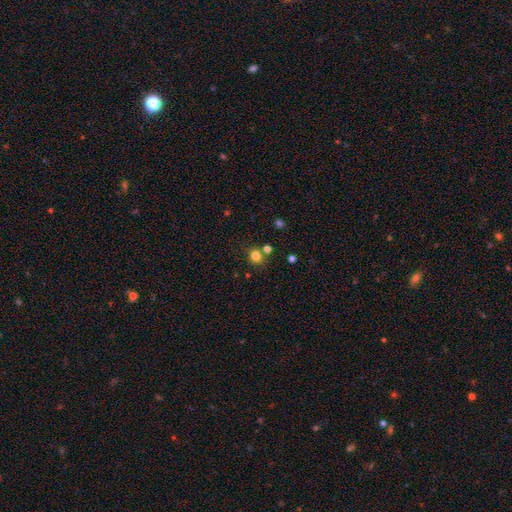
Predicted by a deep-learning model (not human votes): smooth-or-featured: smooth: 79% | star or artifact: 15% | featured or disk: 6%
  how-rounded: round: 80% | in between: 19% | cigar-shaped: 1%
  merging: none: 73% | merger: 12% | minor disturbance: 11% | major disturbance: 4%